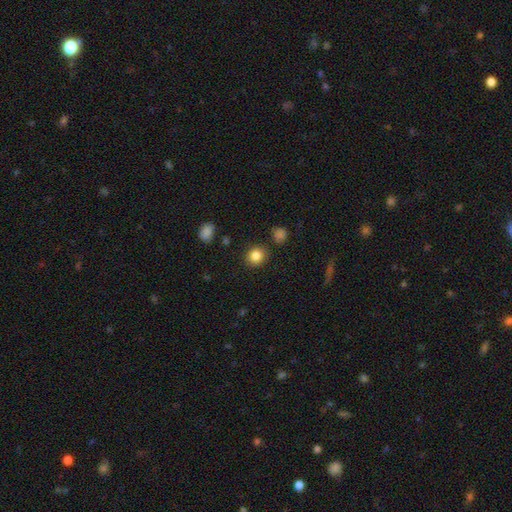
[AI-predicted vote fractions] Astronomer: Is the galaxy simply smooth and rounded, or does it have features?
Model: smooth — 85%.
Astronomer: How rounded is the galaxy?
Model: round — 84%.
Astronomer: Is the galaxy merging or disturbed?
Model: none — 88%.